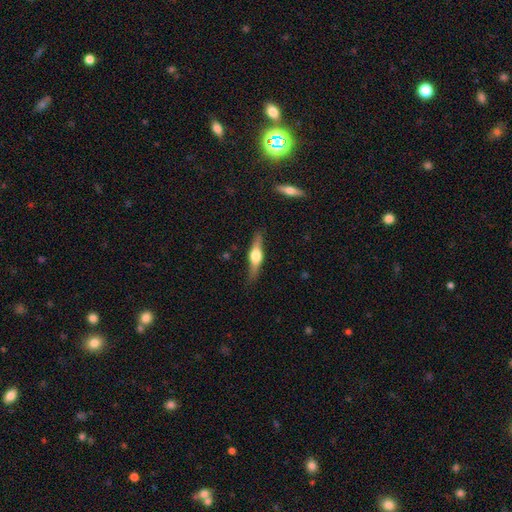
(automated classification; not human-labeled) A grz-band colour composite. It shows a featured or disk galaxy (67%) viewed edge-on (96%) with a rounded central bulge (94%). Merging: none (86%).